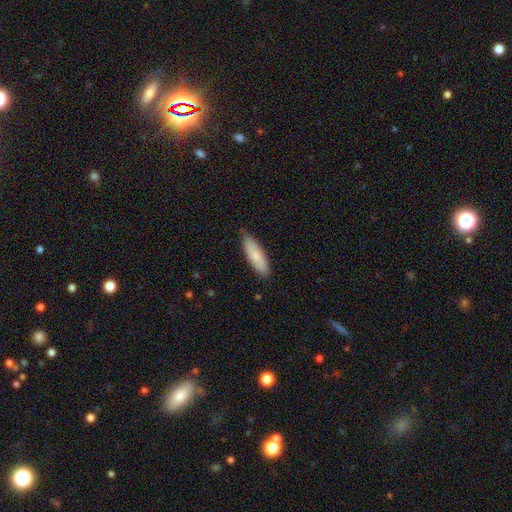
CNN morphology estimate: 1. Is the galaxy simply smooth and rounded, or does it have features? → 80% smooth, 15% featured or disk, 5% star or artifact.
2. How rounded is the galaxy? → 50% cigar-shaped, 48% in between, 2% round.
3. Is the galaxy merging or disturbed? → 83% none, 14% minor disturbance, 2% major disturbance, 1% merger.